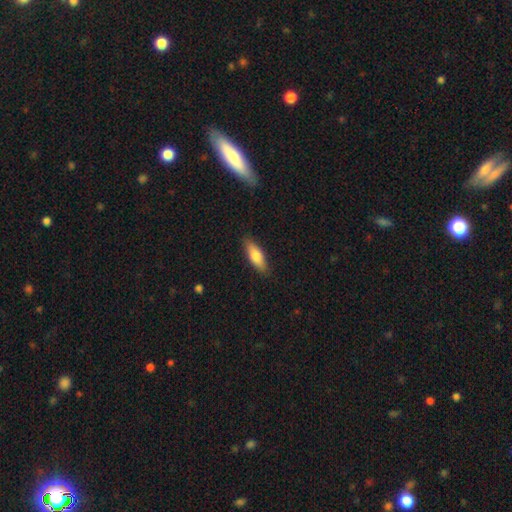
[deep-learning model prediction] The model was most divided on "how rounded": in between: 60%, cigar-shaped: 38%, round: 2%. More confident: merging — none (87%); smooth or featured — smooth (74%).